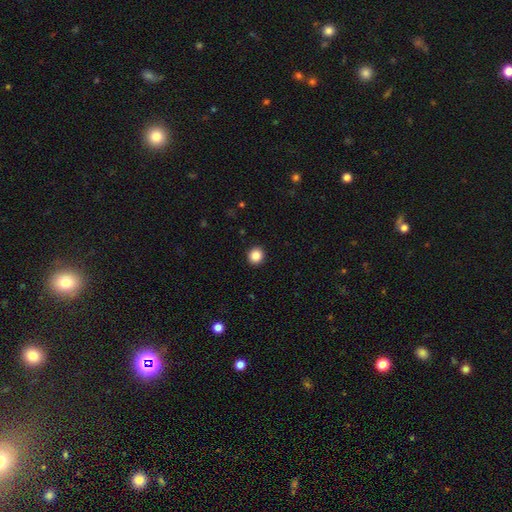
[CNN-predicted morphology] Smooth or featured? Predicted: smooth (p=0.86). How rounded? Predicted: round (p=0.91). Merging? Predicted: none (p=0.93).